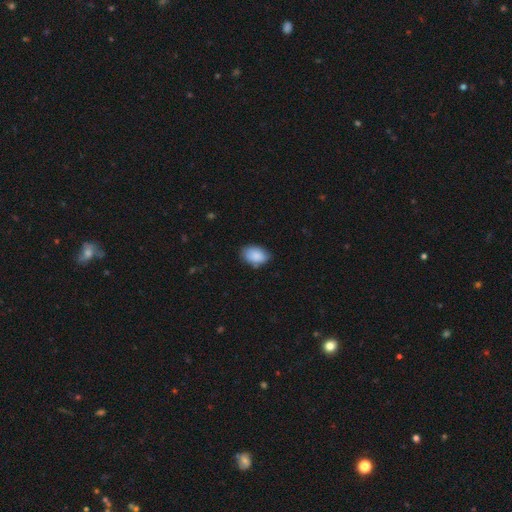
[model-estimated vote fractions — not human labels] Morphology: type=smooth (89%); roundness=in between (87%); merging=none (75%).